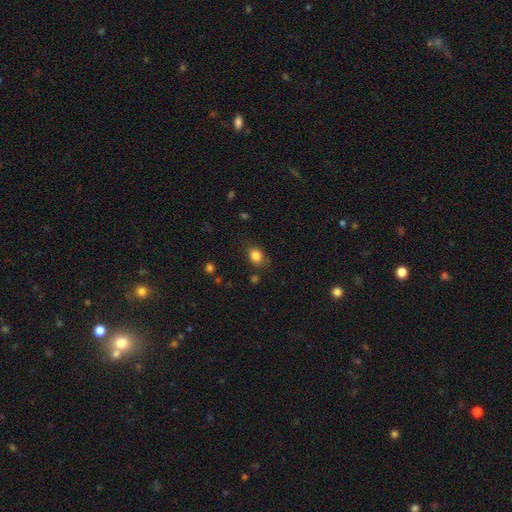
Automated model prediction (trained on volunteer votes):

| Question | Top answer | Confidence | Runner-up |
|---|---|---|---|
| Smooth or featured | smooth | 83% | star or artifact (11%) |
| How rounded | round | 57% | in between (42%) |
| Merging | none | 76% | minor disturbance (17%) |